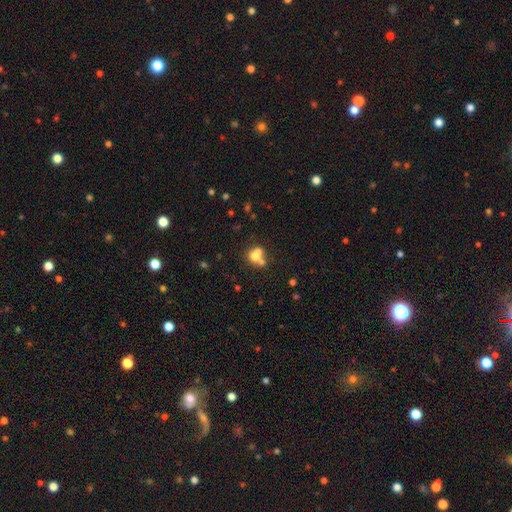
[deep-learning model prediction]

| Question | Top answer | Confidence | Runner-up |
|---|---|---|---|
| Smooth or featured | smooth | 67% | featured or disk (20%) |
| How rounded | round | 73% | in between (26%) |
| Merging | merger | 52% | none (34%) |